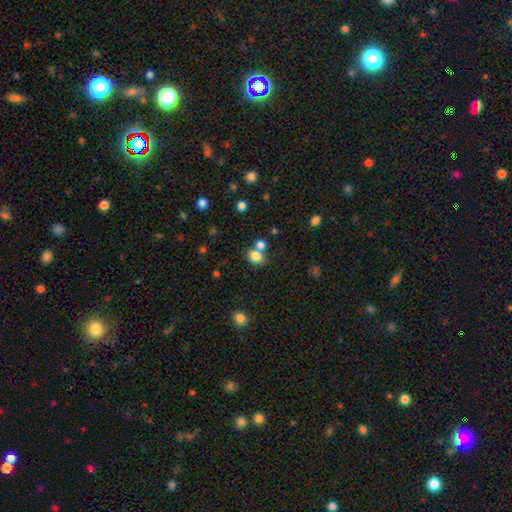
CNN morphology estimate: smooth 81%, star or artifact 12%, featured or disk 7%. Down the decision tree: how rounded — in between (59%); merging — none (53%).